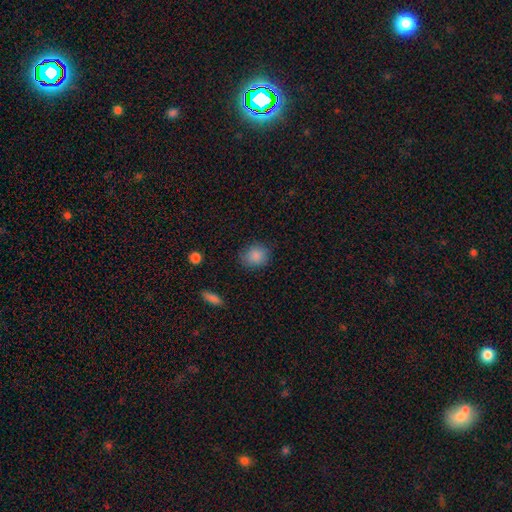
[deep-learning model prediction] smooth 87%, star or artifact 8%, featured or disk 5%. Down the decision tree: how rounded — round (76%); merging — none (84%).